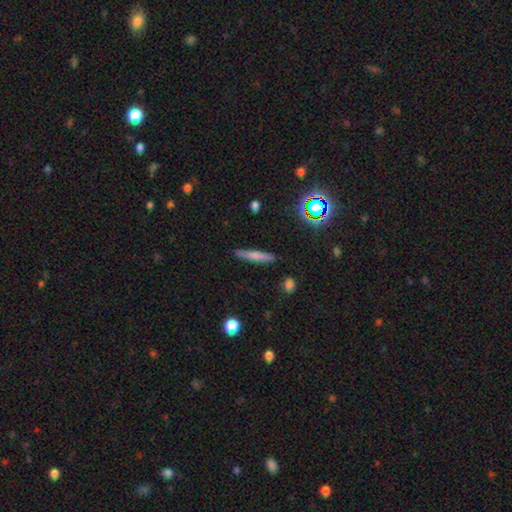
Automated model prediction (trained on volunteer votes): A smooth galaxy with no disk features (64%) that is cigar-shaped (91%).

Vote fractions:
- Smooth or featured? smooth: 64% / featured or disk: 27% / star or artifact: 9%
- How rounded? cigar-shaped: 91% / in between: 7% / round: 2%
- Merging? none: 88% / minor disturbance: 9% / major disturbance: 2% / merger: 2%